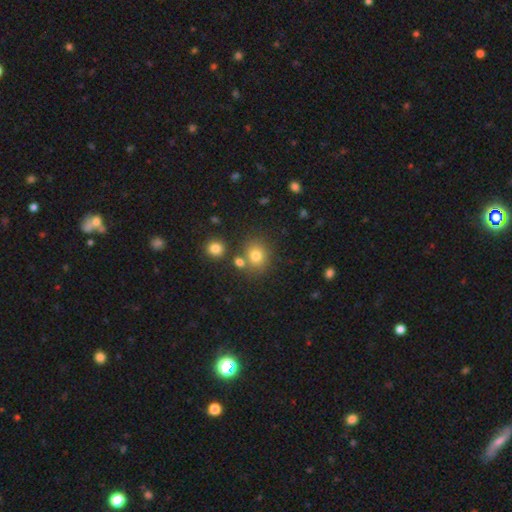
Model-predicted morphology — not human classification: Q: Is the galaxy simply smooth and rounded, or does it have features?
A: smooth — 78%.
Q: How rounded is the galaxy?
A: round — 76%.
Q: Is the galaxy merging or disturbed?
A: none — 70%.